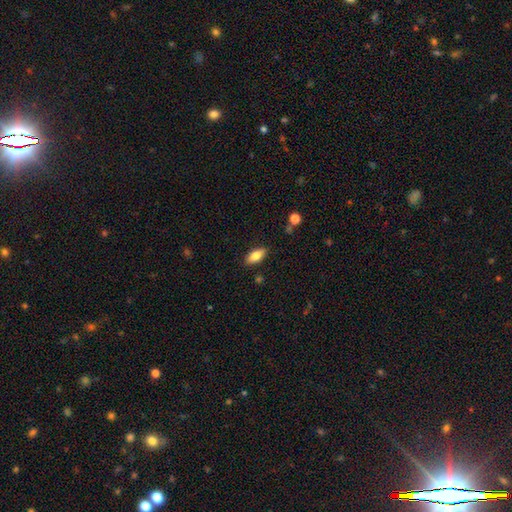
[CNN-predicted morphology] The model was most divided on "smooth or featured": smooth: 81%, featured or disk: 12%, star or artifact: 7%. More confident: how rounded — in between (88%); merging — none (86%).